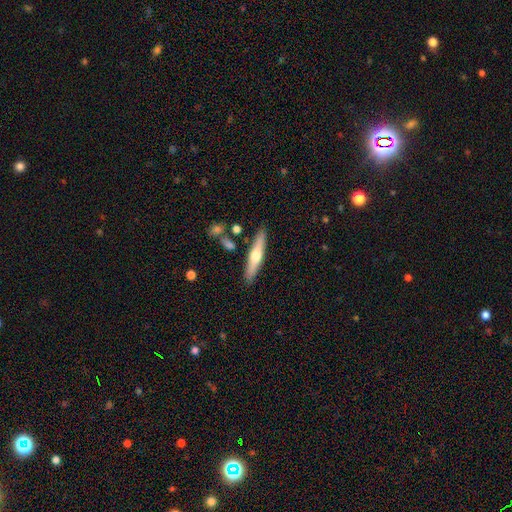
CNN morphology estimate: Smooth or featured: featured or disk — 50% (smooth — 45%)
Merging: none — 86% (minor disturbance — 9%)